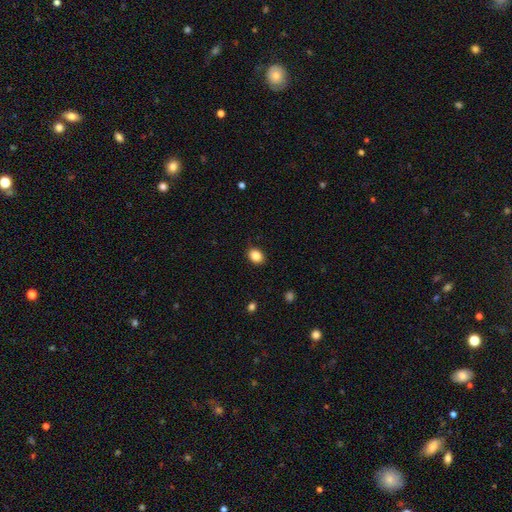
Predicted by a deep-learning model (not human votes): smooth-or-featured: smooth: 87% | star or artifact: 9% | featured or disk: 4%
  how-rounded: in between: 60% | round: 39% | cigar-shaped: 1%
  merging: none: 88% | minor disturbance: 9% | major disturbance: 2% | merger: 1%